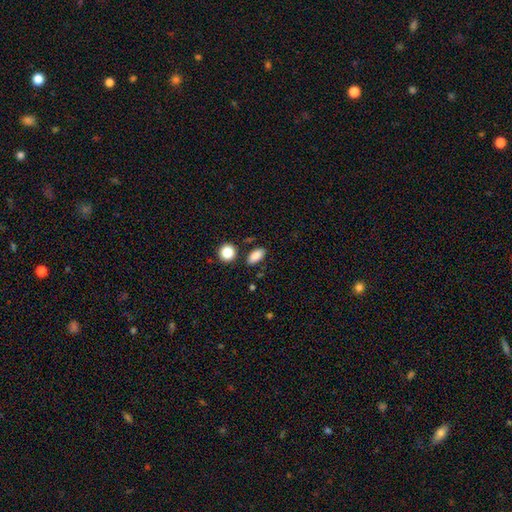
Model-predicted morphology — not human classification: Smooth or featured?
  - smooth: 87% *
  - star or artifact: 8%
  - featured or disk: 5%
How rounded?
  - in between: 85% *
  - round: 10%
  - cigar-shaped: 5%
Merging?
  - none: 82% *
  - minor disturbance: 10%
  - merger: 5%
  - major disturbance: 3%